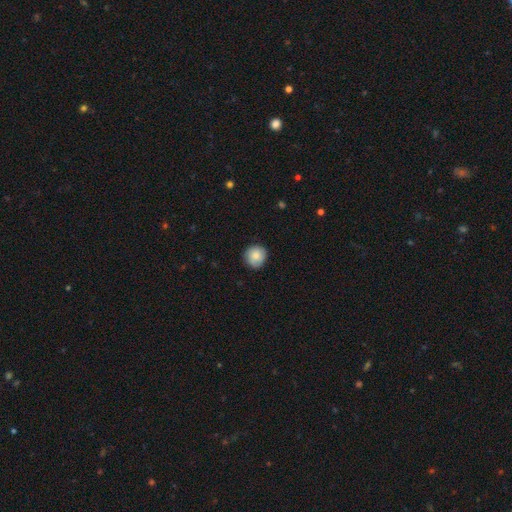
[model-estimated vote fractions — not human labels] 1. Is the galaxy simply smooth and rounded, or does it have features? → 81% smooth, 11% featured or disk, 7% star or artifact.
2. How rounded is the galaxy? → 90% round, 9% in between, 1% cigar-shaped.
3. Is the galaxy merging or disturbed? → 82% none, 14% minor disturbance, 2% major disturbance, 1% merger.